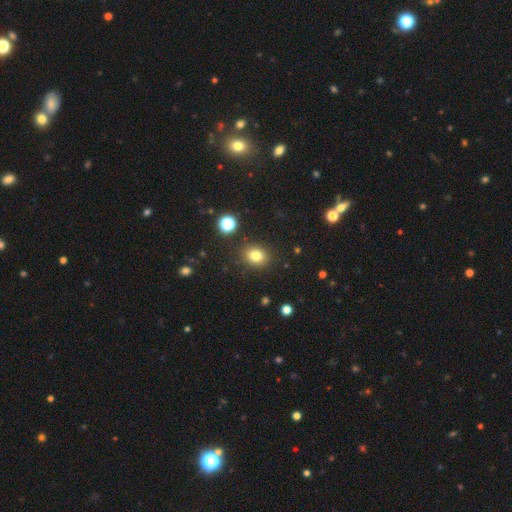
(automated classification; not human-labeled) Smooth or featured?
  - smooth: 80% *
  - star or artifact: 13%
  - featured or disk: 7%
How rounded?
  - round: 59% *
  - in between: 40%
  - cigar-shaped: 1%
Merging?
  - none: 86% *
  - minor disturbance: 8%
  - major disturbance: 3%
  - merger: 2%